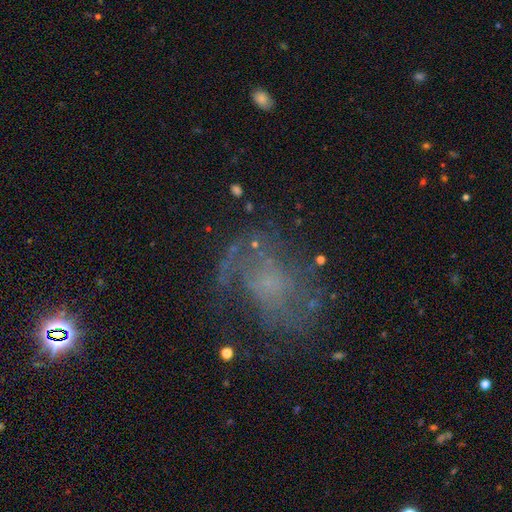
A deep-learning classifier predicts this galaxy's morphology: Smooth or featured? featured or disk (64%)
Edge-on disk? no (97%)
Bar? no (72%)
Spiral arms? yes (73%)
Bulge size? none (39%)
Merging? none (57%)